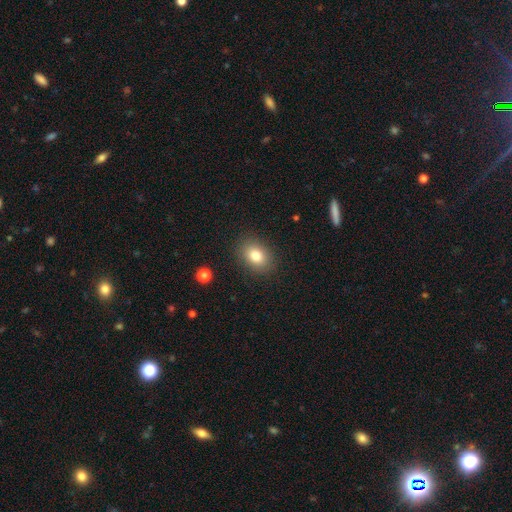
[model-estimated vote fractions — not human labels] Overall: smooth (81%). How rounded: in between (67%; round 32%). Merging: none (87%).